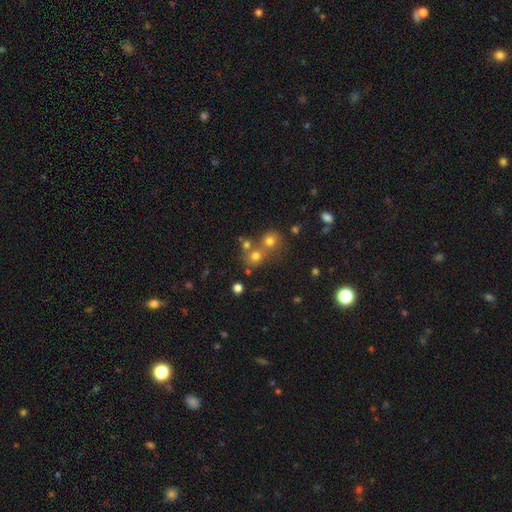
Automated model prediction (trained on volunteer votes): A smooth galaxy with no disk features (69%) that is round (83%).

Vote fractions:
- Smooth or featured? smooth: 69% / star or artifact: 20% / featured or disk: 11%
- How rounded? round: 83% / in between: 16% / cigar-shaped: 1%
- Merging? none: 50% / merger: 39% / minor disturbance: 8% / major disturbance: 4%